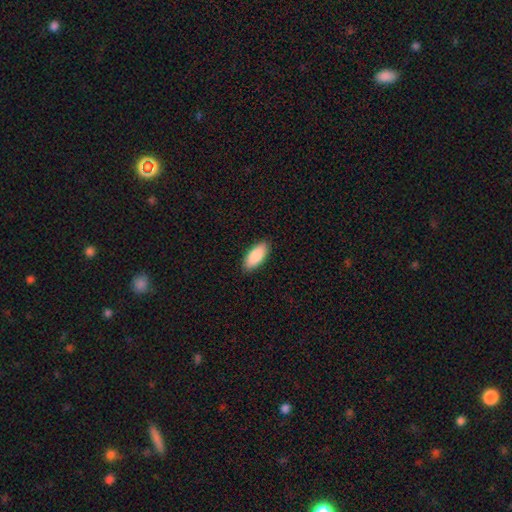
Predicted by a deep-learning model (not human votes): Smooth or featured?
  - smooth: 88% *
  - featured or disk: 6%
  - star or artifact: 5%
How rounded?
  - in between: 86% *
  - cigar-shaped: 12%
  - round: 2%
Merging?
  - none: 89% *
  - minor disturbance: 8%
  - major disturbance: 2%
  - merger: 1%